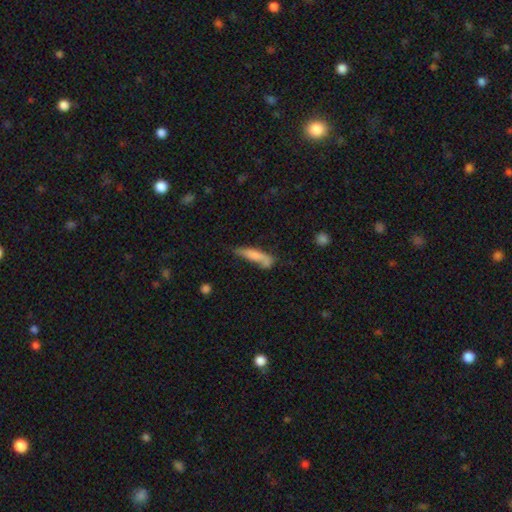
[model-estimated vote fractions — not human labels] This is likely a smooth galaxy (72%). How rounded: likely cigar-shaped (75%). Merging: marginally none (45%).